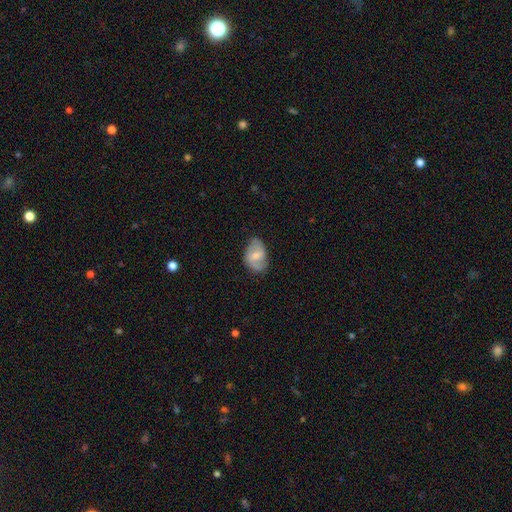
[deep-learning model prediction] This is possibly a featured or disk galaxy (51%). It is clearly not viewed edge-on (96%). Merging: likely none (65%).